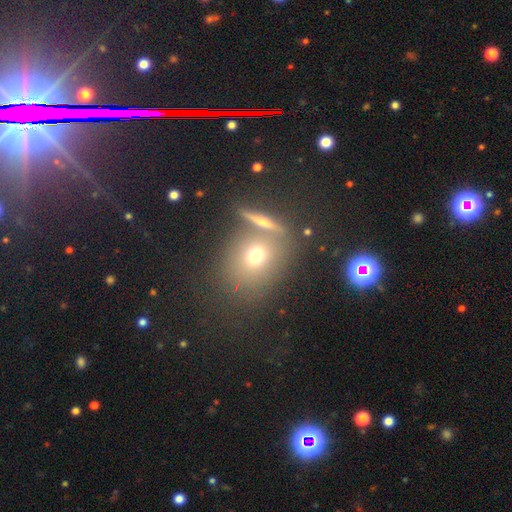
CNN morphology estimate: smooth_or_featured: smooth (p=0.65) [alt: featured or disk p=0.20]
how_rounded: round (p=0.65) [alt: in between p=0.32]
merging: none (p=0.64) [alt: merger p=0.19]